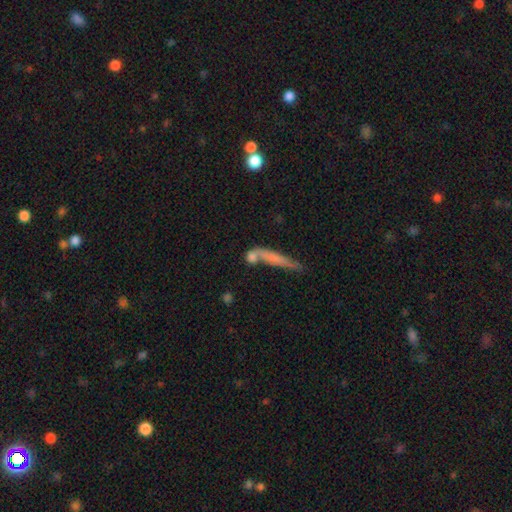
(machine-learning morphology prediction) This is likely a smooth galaxy (68%). How rounded: marginally cigar-shaped (43%). Merging: marginally none (41%).